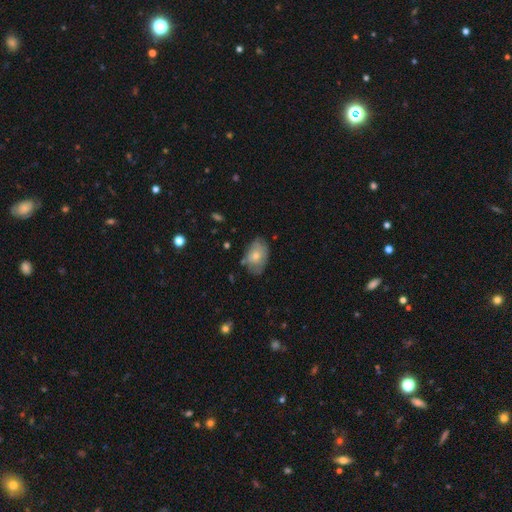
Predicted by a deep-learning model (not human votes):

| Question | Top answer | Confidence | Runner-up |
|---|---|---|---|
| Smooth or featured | smooth | 69% | featured or disk (24%) |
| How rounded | in between | 84% | round (15%) |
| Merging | none | 64% | minor disturbance (27%) |